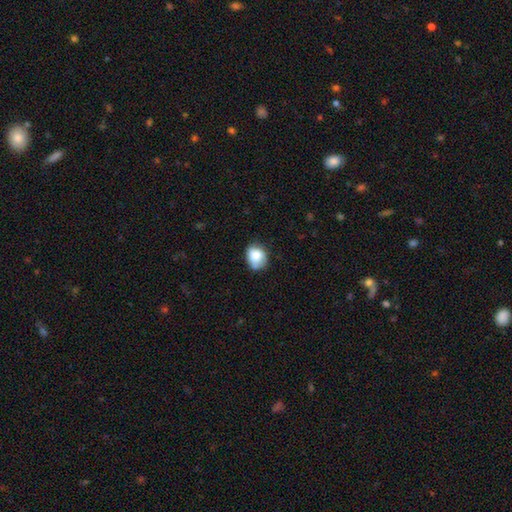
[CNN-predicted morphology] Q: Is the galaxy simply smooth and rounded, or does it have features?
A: smooth — 80%.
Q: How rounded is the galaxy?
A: round — 53%.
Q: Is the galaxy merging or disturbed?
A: none — 55%.